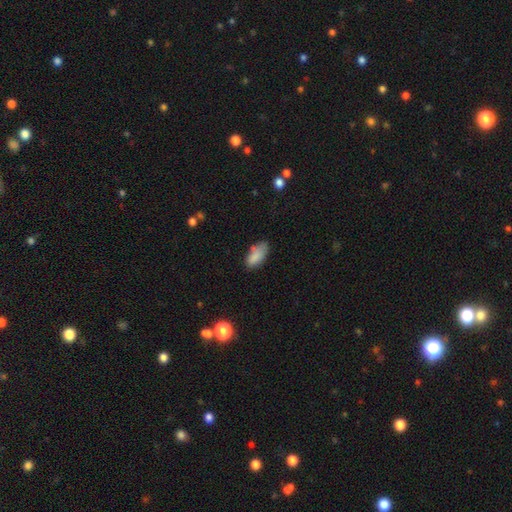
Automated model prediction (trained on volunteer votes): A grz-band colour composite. It shows a smooth galaxy with no disk features (83%) that is in between round and cigar-shaped (90%). Merging: none (57%).